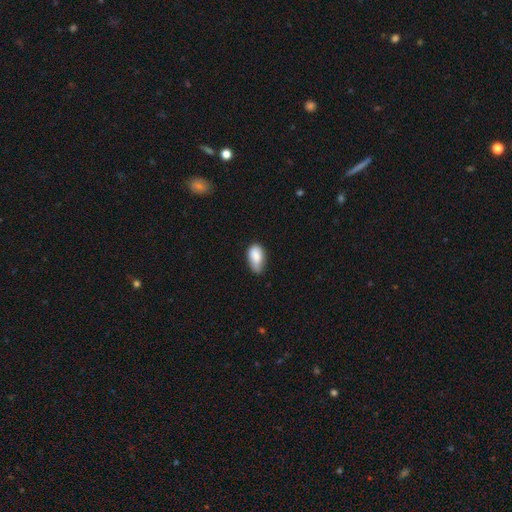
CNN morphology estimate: Smooth or featured: smooth — 85% (featured or disk — 8%)
How rounded: in between — 92% (round — 5%)
Merging: none — 45% (minor disturbance — 44%)